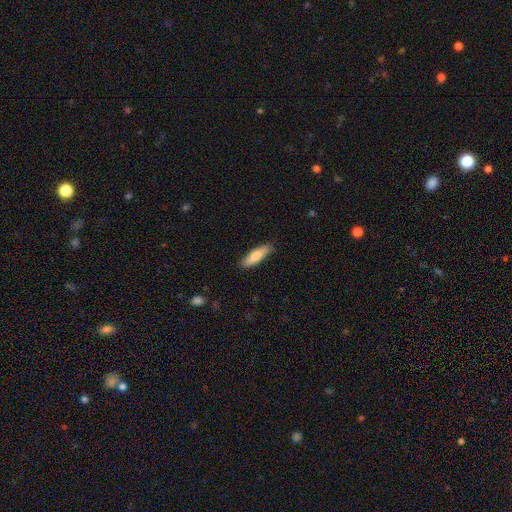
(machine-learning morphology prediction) The model was most divided on "how rounded": cigar-shaped: 59%, in between: 39%, round: 2%. More confident: merging — none (88%); smooth or featured — smooth (78%).